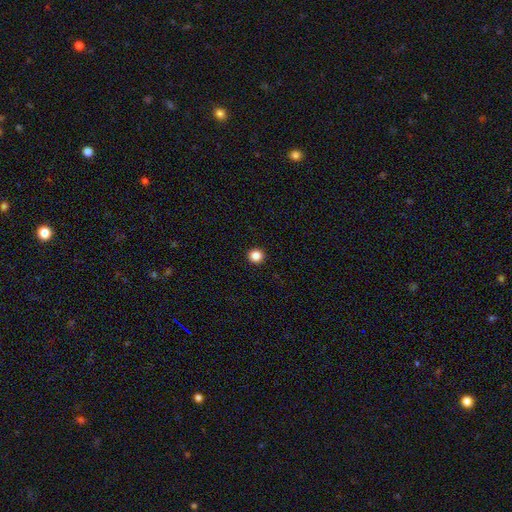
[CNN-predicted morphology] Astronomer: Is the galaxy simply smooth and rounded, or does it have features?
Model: smooth — 86%.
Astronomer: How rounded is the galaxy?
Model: round — 95%.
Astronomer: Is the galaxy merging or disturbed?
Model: none — 94%.